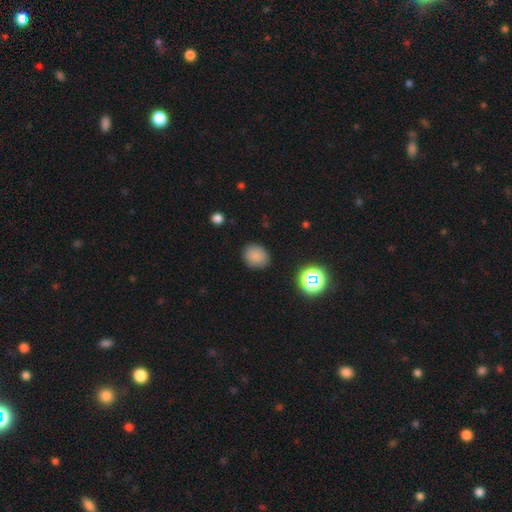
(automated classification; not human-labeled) This is clearly a smooth galaxy (82%). How rounded: likely round (61%). Merging: clearly none (85%).